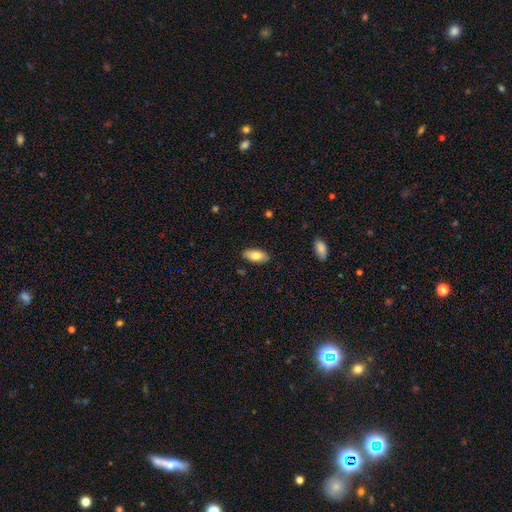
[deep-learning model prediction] Overall: smooth (82%). How rounded: in between (90%). Merging: none (87%).